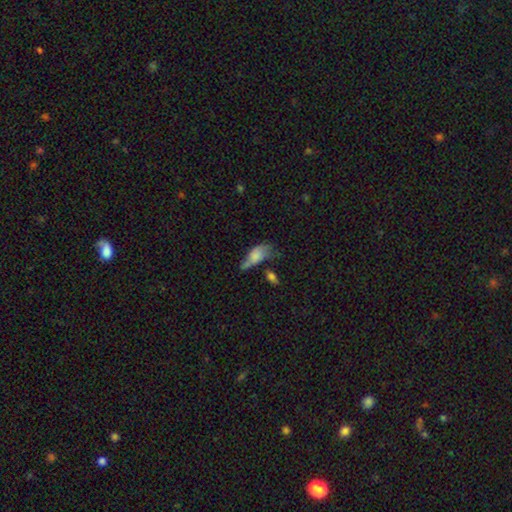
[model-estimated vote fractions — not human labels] smooth 69%, featured or disk 21%, star or artifact 9%. Down the decision tree: how rounded — in between (84%); merging — minor disturbance (28%).